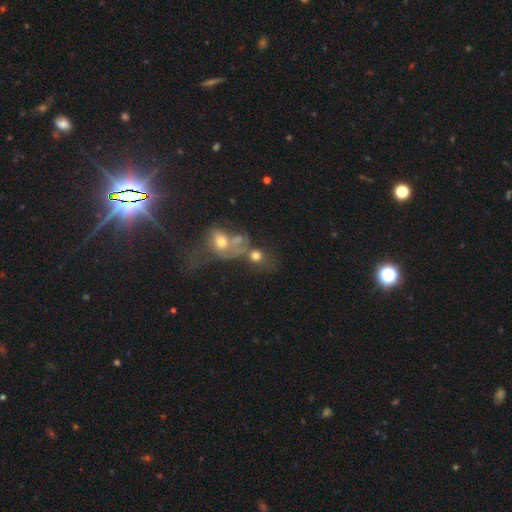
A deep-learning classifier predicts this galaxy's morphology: Smooth or featured?
  - smooth: 64% *
  - featured or disk: 21%
  - star or artifact: 15%
How rounded?
  - round: 66% *
  - in between: 32%
  - cigar-shaped: 2%
Merging?
  - merger: 53% *
  - none: 23%
  - major disturbance: 15%
  - minor disturbance: 9%